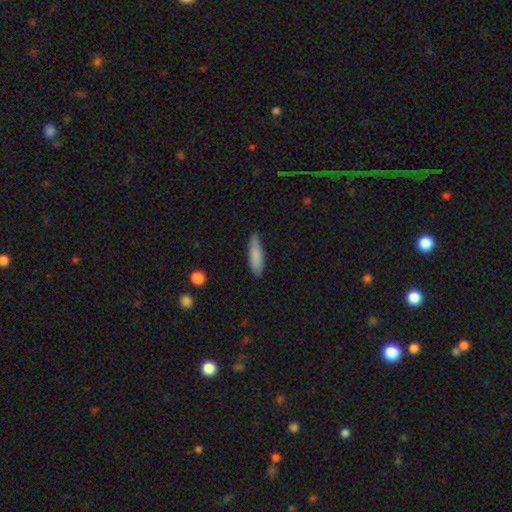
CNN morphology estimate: smooth_or_featured: smooth (p=0.84) [alt: featured or disk p=0.10]
how_rounded: cigar-shaped (p=0.68) [alt: in between p=0.30]
merging: none (p=0.84) [alt: minor disturbance p=0.12]